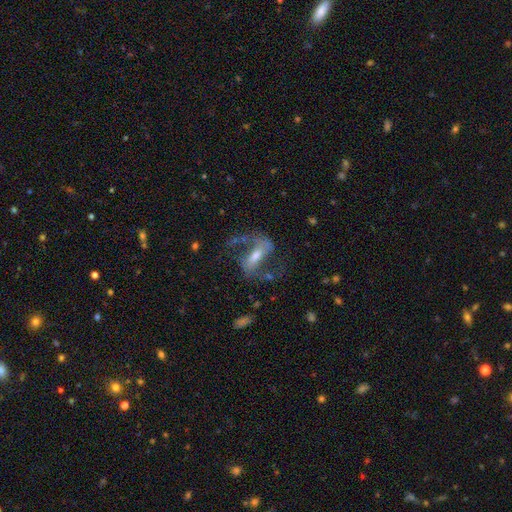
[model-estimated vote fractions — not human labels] This is clearly a featured or disk galaxy (83%). It is clearly not viewed edge-on (94%). Bar: possibly strong (50%). Spiral arm pattern: clearly yes (93%). Spiral arm count: clearly 2 (89%). Spiral winding: possibly loose (49%). Central bulge: possibly moderate (51%). Merging: likely none (63%).